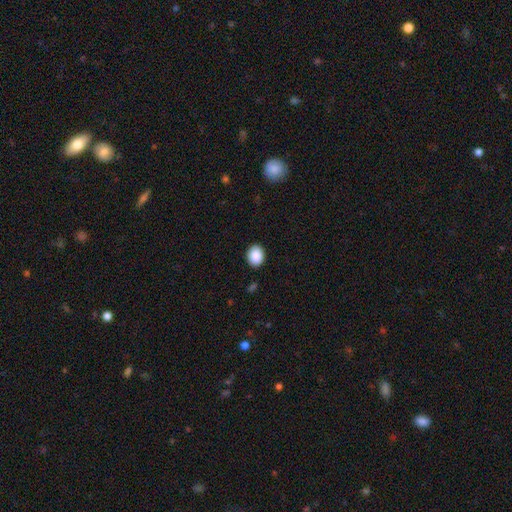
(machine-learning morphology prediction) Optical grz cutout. It shows a smooth galaxy with no disk features (90%) that is round (52%). Merging: none (90%).